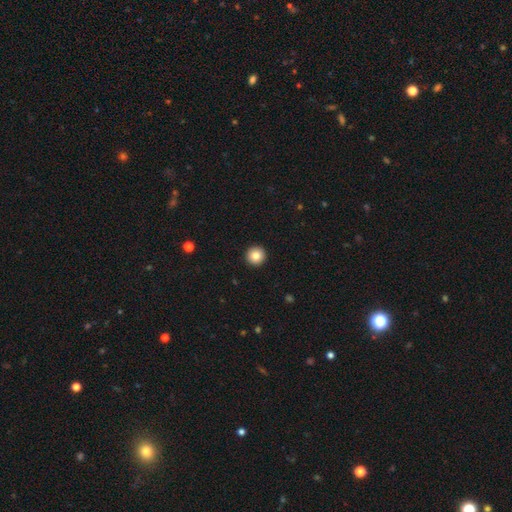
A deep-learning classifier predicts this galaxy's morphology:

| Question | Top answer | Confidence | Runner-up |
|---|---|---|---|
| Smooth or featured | smooth | 85% | star or artifact (9%) |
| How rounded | round | 97% | in between (2%) |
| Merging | none | 94% | minor disturbance (4%) |